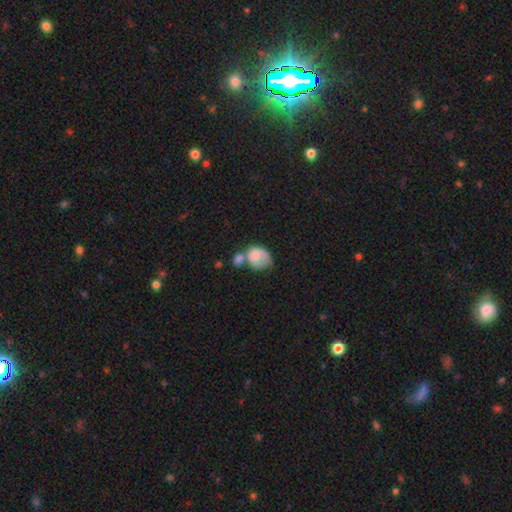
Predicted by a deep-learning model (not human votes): The model was most divided on "how rounded": in between: 51%, round: 48%, cigar-shaped: 1%. Remaining: smooth or featured — smooth (64%); merging — merger (48%).